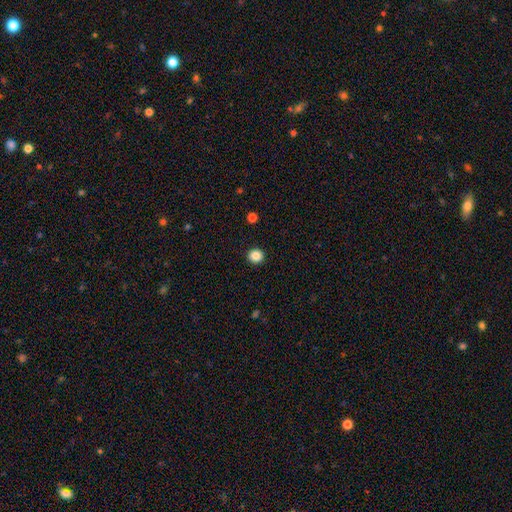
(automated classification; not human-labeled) Q: Smooth or featured?
A: smooth (86%); runner-up: star or artifact (10%)
Q: How rounded?
A: round (91%); runner-up: in between (8%)
Q: Merging?
A: none (93%); runner-up: minor disturbance (4%)